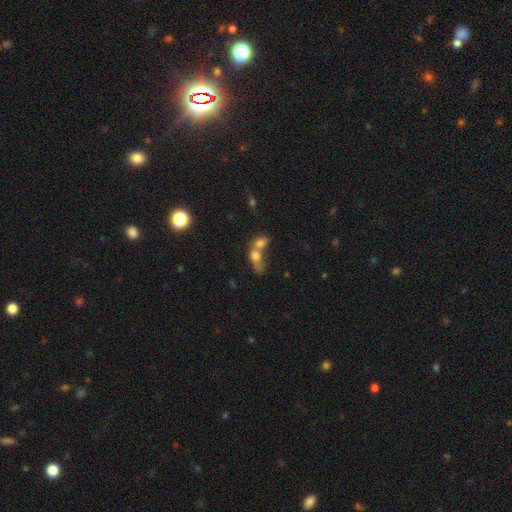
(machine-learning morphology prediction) type=smooth (67%); roundness=in between (62%); merging=merger (74%).